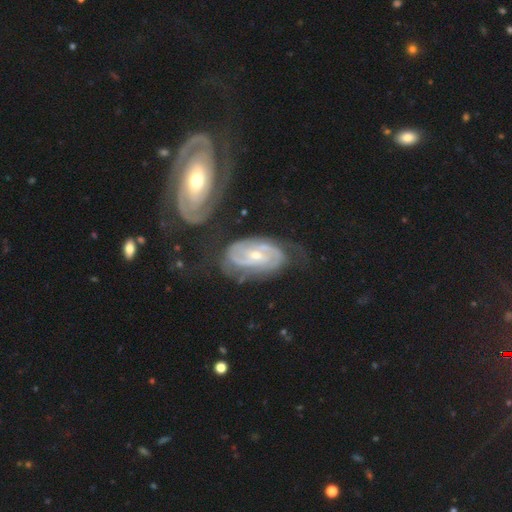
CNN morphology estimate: Overall: featured or disk (86%). Edge-on disk: no (96%). Bar: no (50%; weak 36%). Spiral arms: yes (94%). Spiral arm count: 2 (59%; can't tell 19%). Spiral winding: tight (57%; medium 33%). Bulge size: small (60%; moderate 37%). Merging: none (57%; minor disturbance 20%).